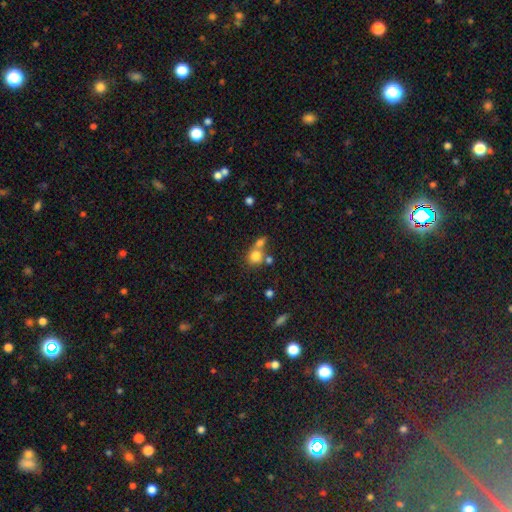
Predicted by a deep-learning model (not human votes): smooth 77%, star or artifact 12%, featured or disk 11%. Down the decision tree: how rounded — round (79%); merging — merger (46%).